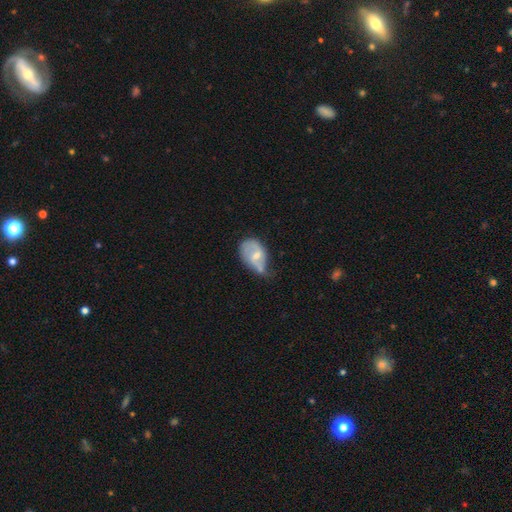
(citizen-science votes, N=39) A featured or disk galaxy (56%) with a weak bar (55%), 2 (78%) loose (50%) spiral arms (82%) and a small central bulge (55%).

Vote fractions:
- Smooth or featured? featured or disk: 56% / smooth: 36% / star or artifact: 8%
- Edge-on disk? no: 100% / yes: 0%
- Bar? weak: 55% / strong: 32% / no: 14%
- Spiral arms? yes: 82% / no: 18%
- Spiral winding? loose: 50% / medium: 44% / tight: 6%
- Spiral arm count? 2: 78% / 1: 17% / can't tell: 6% / 3: 0% / 4: 0% / more than 4: 0%
- Bulge size? small: 55% / moderate: 27% / none: 9% / dominant: 5% / large: 5%
- Merging? minor disturbance: 44% / major disturbance: 33% / none: 14% / merger: 8%